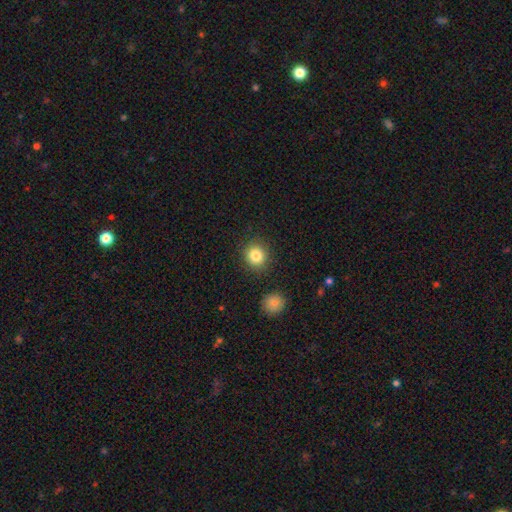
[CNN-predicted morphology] Smooth or featured? smooth (83%)
How rounded? round (88%)
Merging? none (87%)